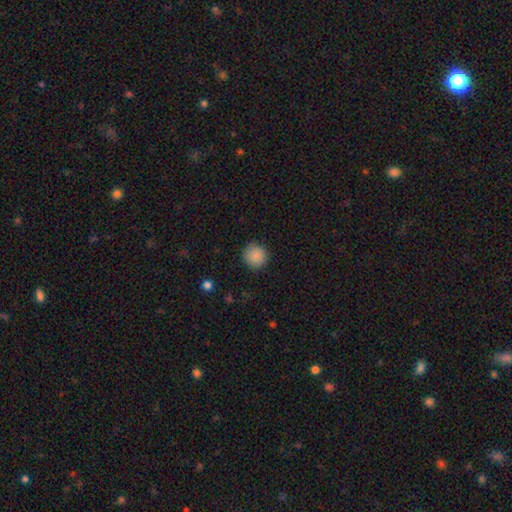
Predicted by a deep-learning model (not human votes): Smooth or featured? smooth (88%)
How rounded? round (94%)
Merging? none (90%)